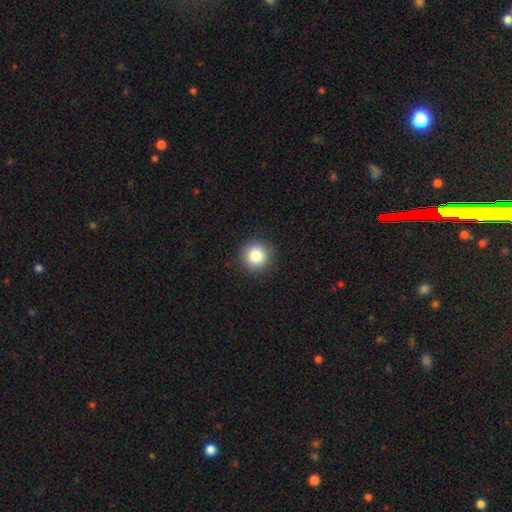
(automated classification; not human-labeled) Q: Smooth or featured?
A: smooth (84%); runner-up: star or artifact (10%)
Q: How rounded?
A: round (95%); runner-up: in between (4%)
Q: Merging?
A: none (91%); runner-up: minor disturbance (6%)